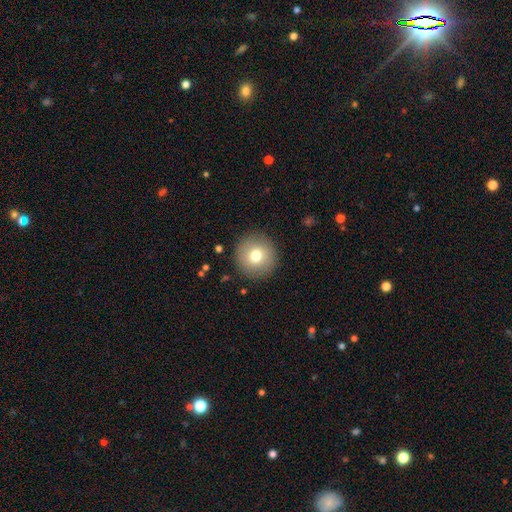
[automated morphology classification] A smooth galaxy with no disk features (75%) that is round (96%). Merging: none (90%).